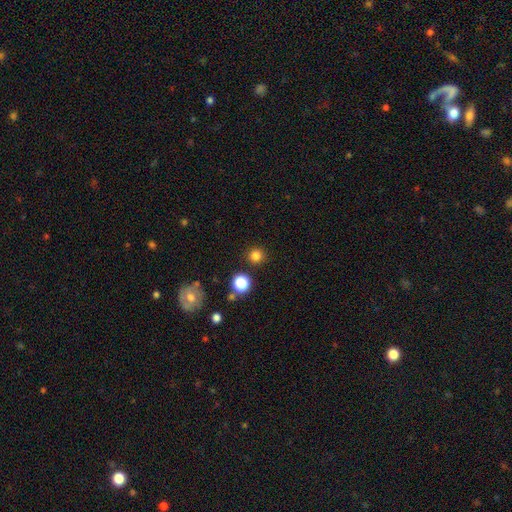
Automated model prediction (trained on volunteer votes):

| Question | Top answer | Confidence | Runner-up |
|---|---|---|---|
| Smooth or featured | smooth | 80% | star or artifact (15%) |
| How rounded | round | 94% | in between (5%) |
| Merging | none | 90% | minor disturbance (5%) |